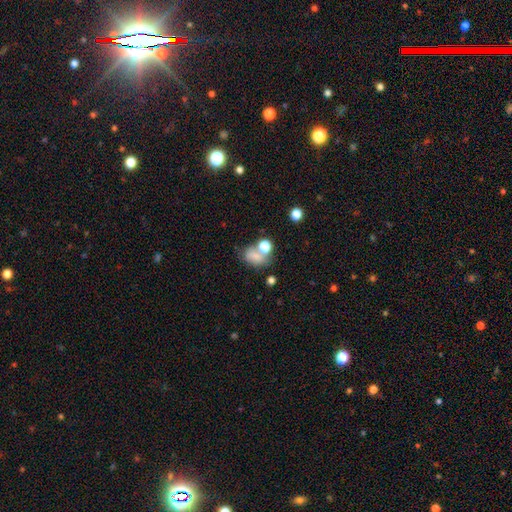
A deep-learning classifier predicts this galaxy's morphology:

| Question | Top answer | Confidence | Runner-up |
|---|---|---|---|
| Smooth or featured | smooth | 69% | star or artifact (16%) |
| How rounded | in between | 68% | round (30%) |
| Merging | none | 36% | merger (35%) |